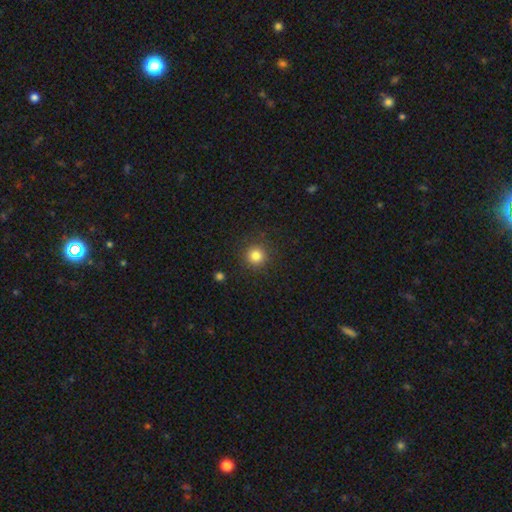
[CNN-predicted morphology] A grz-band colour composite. It shows a smooth galaxy with no disk features (83%) that is round (95%). Merging: none (90%).